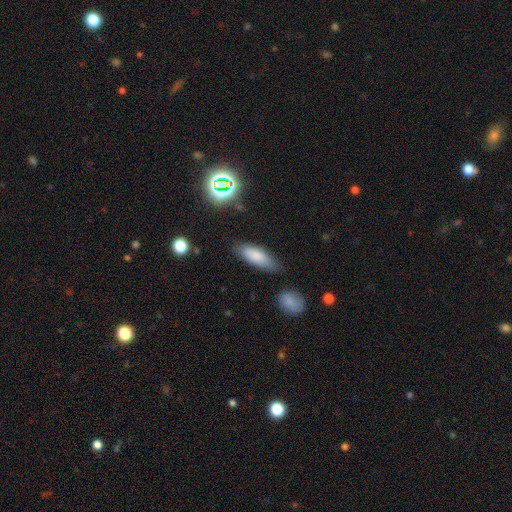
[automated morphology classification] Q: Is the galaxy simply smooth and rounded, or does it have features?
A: smooth — 81%.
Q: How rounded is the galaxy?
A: in between — 68%.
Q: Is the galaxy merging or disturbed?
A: none — 75%.